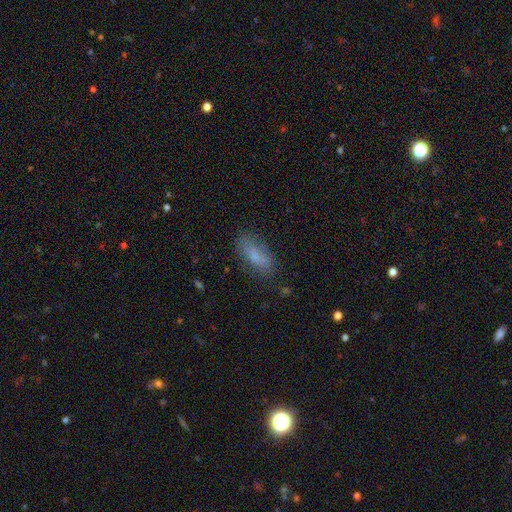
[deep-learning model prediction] This appears to be a smooth galaxy with no disk features (76%) that is in between round and cigar-shaped (74%). Merging: none (73%).